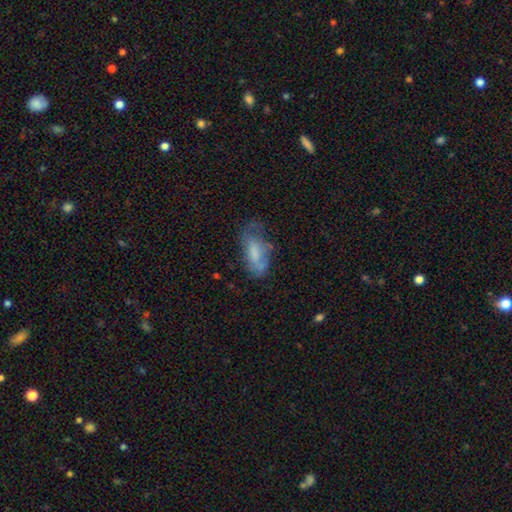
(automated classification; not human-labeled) Q: Smooth or featured?
A: smooth (58%); runner-up: featured or disk (33%)
Q: How rounded?
A: in between (81%); runner-up: cigar-shaped (16%)
Q: Merging?
A: none (40%); runner-up: minor disturbance (31%)